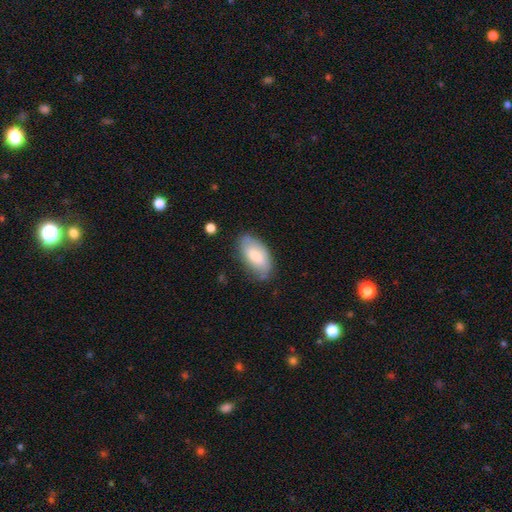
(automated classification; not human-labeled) smooth_or_featured: smooth (p=0.70) [alt: featured or disk p=0.23]
how_rounded: in between (p=0.94) [alt: cigar-shaped p=0.04]
merging: none (p=0.69) [alt: minor disturbance p=0.24]